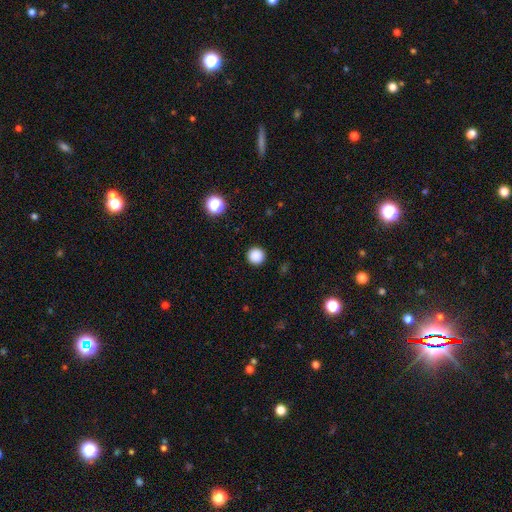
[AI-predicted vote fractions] Smooth or featured? smooth (87%)
How rounded? round (96%)
Merging? none (93%)